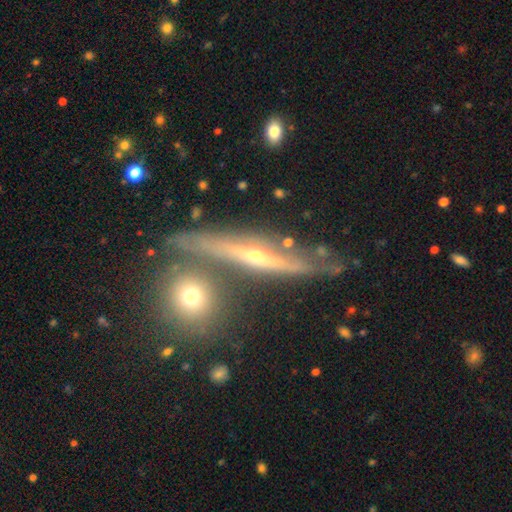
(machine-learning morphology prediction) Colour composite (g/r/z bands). It shows a featured or disk galaxy (73%) viewed edge-on (82%) with a rounded central bulge (79%). Merging: none (66%).